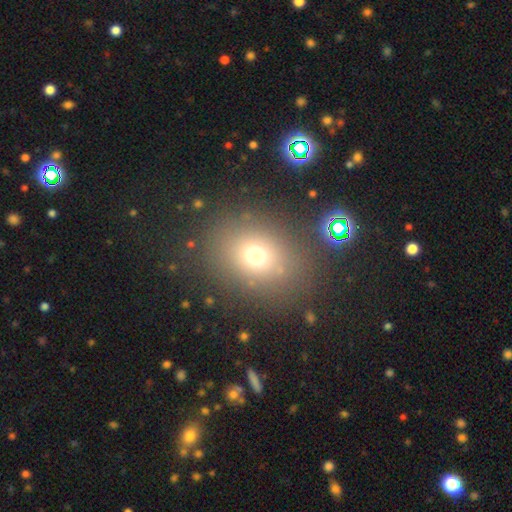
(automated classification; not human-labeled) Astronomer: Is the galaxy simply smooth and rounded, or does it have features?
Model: smooth — 69%.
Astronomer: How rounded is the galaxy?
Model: round — 57% (runner-up: in between, 42%).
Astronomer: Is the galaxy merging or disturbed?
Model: none — 81%.